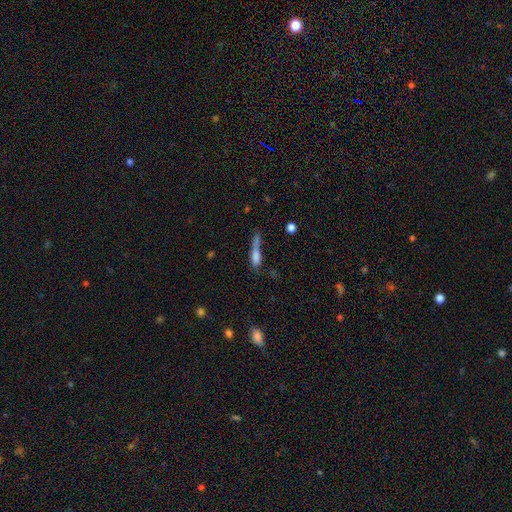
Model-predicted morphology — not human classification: smooth 68%, featured or disk 22%, star or artifact 10%. Down the decision tree: how rounded — cigar-shaped (67%); merging — none (33%).